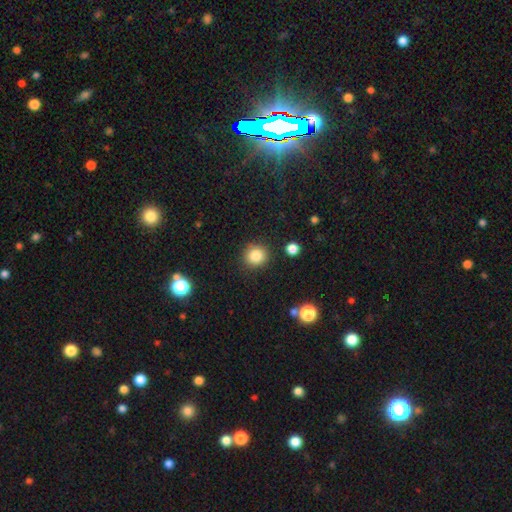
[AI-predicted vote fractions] This is clearly a smooth galaxy (84%). How rounded: clearly round (88%). Merging: clearly none (88%).